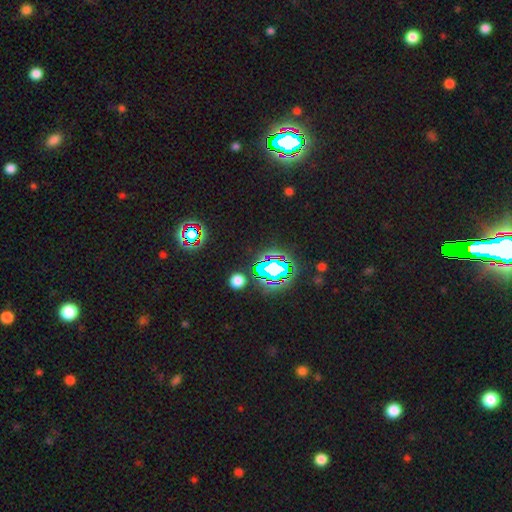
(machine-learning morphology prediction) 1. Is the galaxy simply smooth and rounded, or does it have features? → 77% star or artifact, 14% smooth, 8% featured or disk.